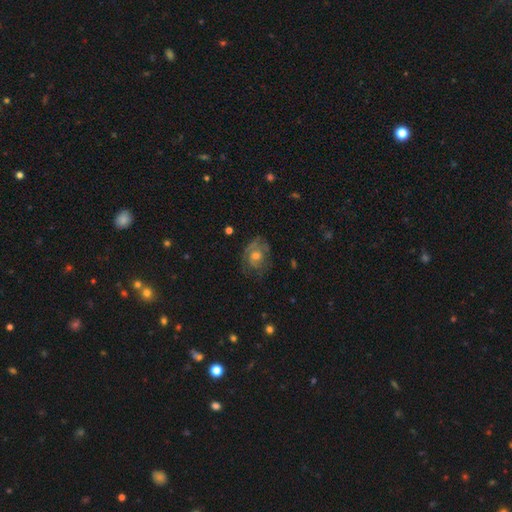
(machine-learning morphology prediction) Overall: featured or disk (58%; smooth 29%). Edge-on disk: no (96%). Bar: no (80%). Spiral arms: yes (65%; no 35%). Bulge size: moderate (64%; small 27%). Merging: none (67%).